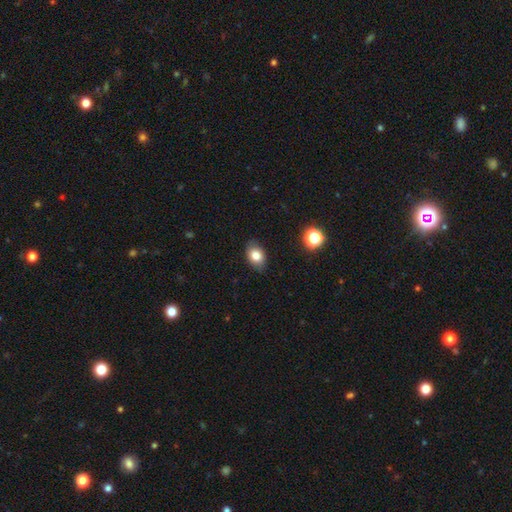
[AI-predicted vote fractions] Smooth or featured?
  - smooth: 80% *
  - featured or disk: 10%
  - star or artifact: 10%
How rounded?
  - in between: 74% *
  - round: 25%
  - cigar-shaped: 1%
Merging?
  - none: 84% *
  - minor disturbance: 13%
  - major disturbance: 2%
  - merger: 1%